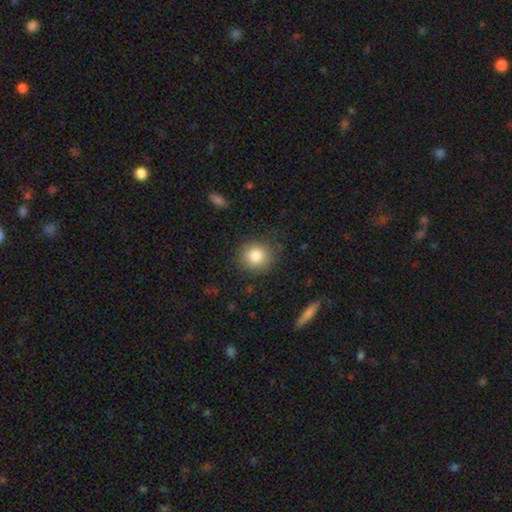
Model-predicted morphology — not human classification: smooth-or-featured: smooth: 84% | star or artifact: 9% | featured or disk: 7%
  how-rounded: round: 87% | in between: 12% | cigar-shaped: 1%
  merging: none: 83% | minor disturbance: 12% | major disturbance: 4% | merger: 1%